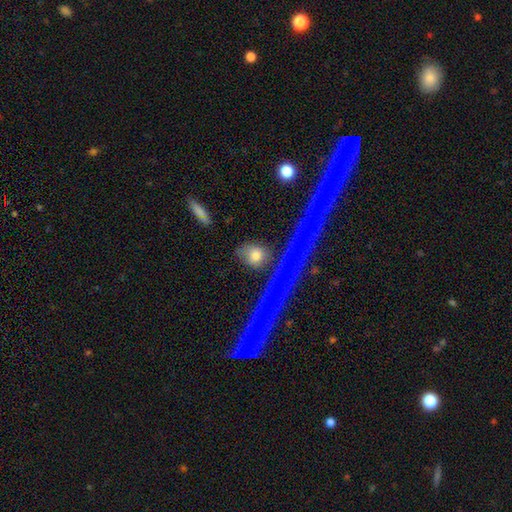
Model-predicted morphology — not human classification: smooth_or_featured: smooth (p=0.73) [alt: star or artifact p=0.15]
how_rounded: round (p=0.68) [alt: in between p=0.28]
merging: none (p=0.73) [alt: minor disturbance p=0.15]